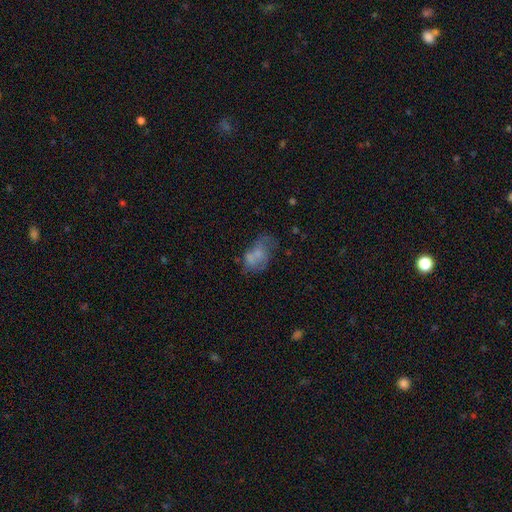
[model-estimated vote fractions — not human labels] This is possibly a smooth galaxy (50%). Merging: marginally none (33%).